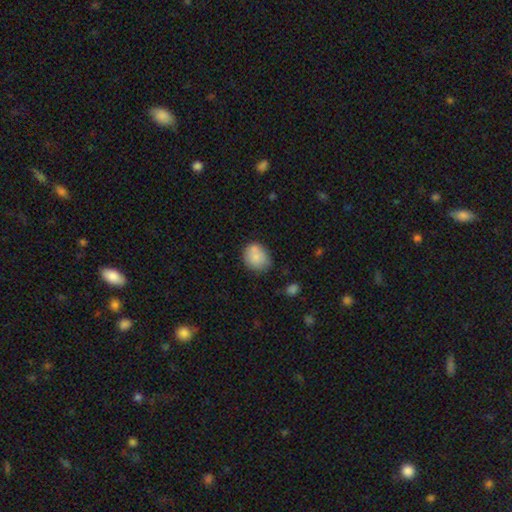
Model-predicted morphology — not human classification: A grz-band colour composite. It shows a smooth galaxy with no disk features (82%) that is round (57%). Merging: none (64%).